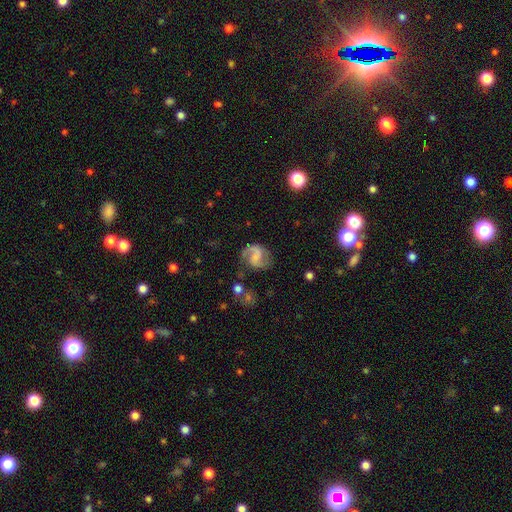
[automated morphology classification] smooth-or-featured: featured or disk: 80% | smooth: 13% | star or artifact: 7%
  disk-edge-on: no: 98% | yes: 2%
    bar: weak: 47% | no: 38% | strong: 15%
    has-spiral-arms: yes: 95% | no: 5%
      spiral-winding: medium: 48% | loose: 39% | tight: 14%
      spiral-arm-count: 2: 86% | 1: 8% | can't tell: 3% | 3: 1% | 4: 1% | more than 4: 1%
    bulge-size: none: 51% | small: 28% | moderate: 16% | large: 4% | dominant: 1%
  merging: none: 68% | minor disturbance: 18% | major disturbance: 11% | merger: 3%